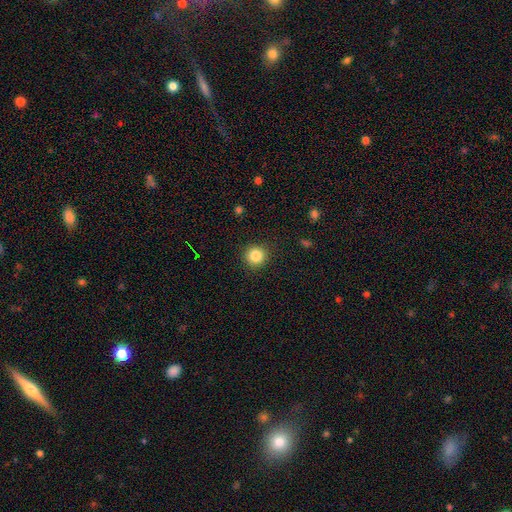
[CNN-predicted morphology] smooth-or-featured: smooth: 85% | star or artifact: 11% | featured or disk: 5%
  how-rounded: round: 94% | in between: 5% | cigar-shaped: 1%
  merging: none: 90% | minor disturbance: 7% | major disturbance: 2% | merger: 1%